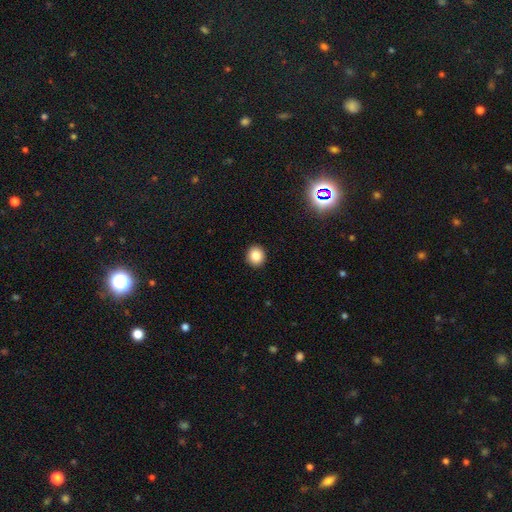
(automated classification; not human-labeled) Smooth or featured? Predicted: smooth (p=0.85). How rounded? Predicted: round (p=0.85). Merging? Predicted: none (p=0.93).